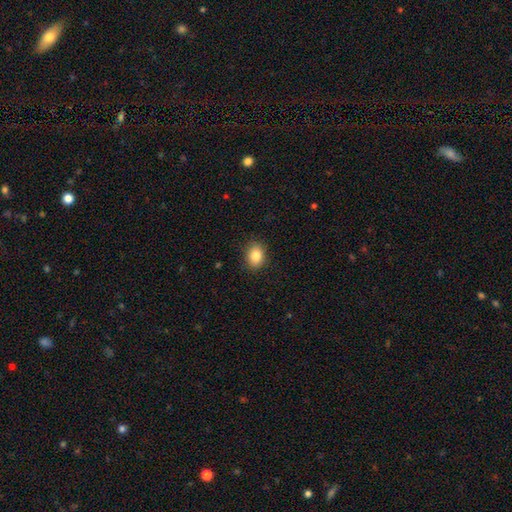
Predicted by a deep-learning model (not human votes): Smooth or featured? smooth (84%)
How rounded? in between (57%)
Merging? none (88%)